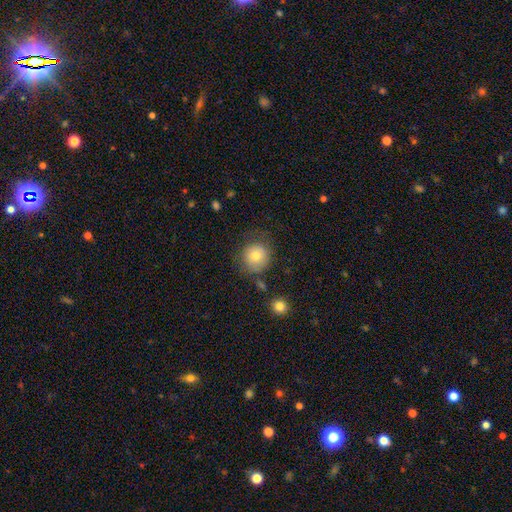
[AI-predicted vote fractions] Overall: smooth (78%). How rounded: round (88%). Merging: none (68%).